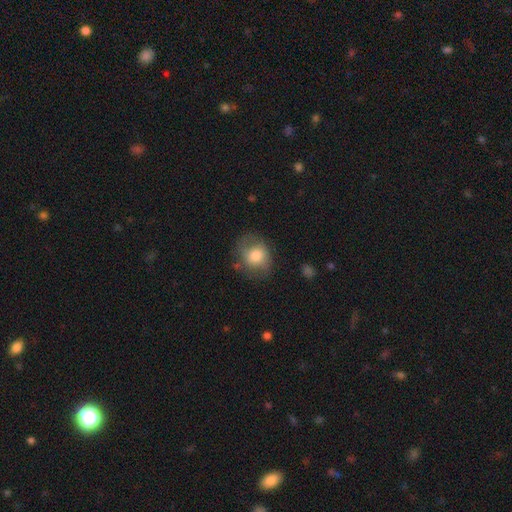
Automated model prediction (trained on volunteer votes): A smooth galaxy with no disk features (71%) that is round (64%).

Vote fractions:
- Smooth or featured? smooth: 71% / featured or disk: 21% / star or artifact: 8%
- How rounded? round: 64% / in between: 35% / cigar-shaped: 1%
- Merging? none: 62% / minor disturbance: 24% / major disturbance: 11% / merger: 2%